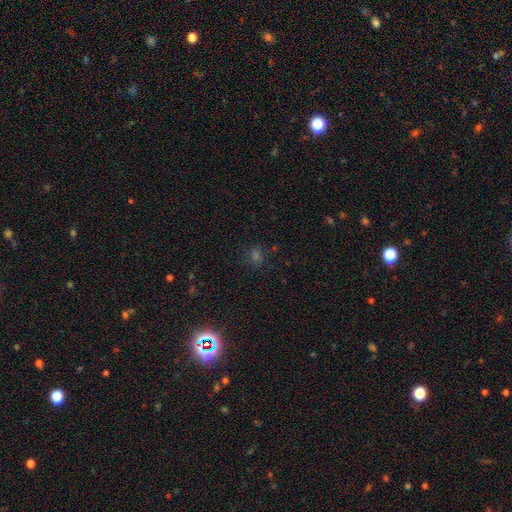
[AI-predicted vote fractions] A star or artifact, not a galaxy (48%).